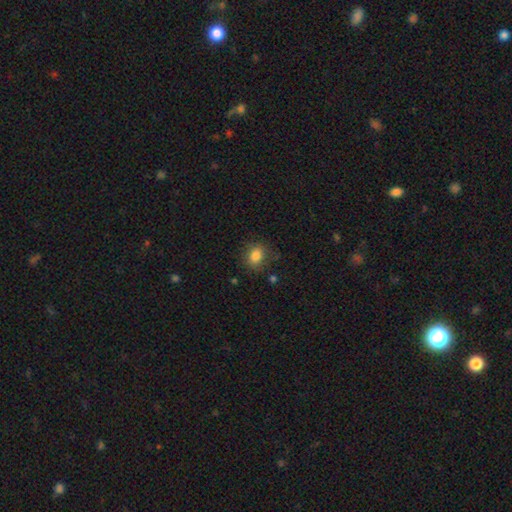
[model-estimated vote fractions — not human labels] smooth 83%, star or artifact 11%, featured or disk 6%. Down the decision tree: how rounded — round (51%); merging — none (77%).